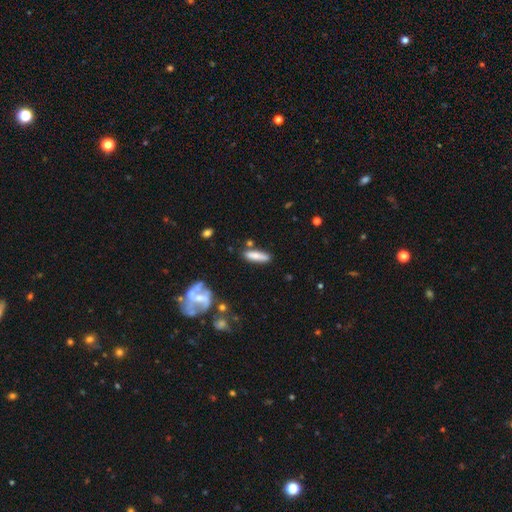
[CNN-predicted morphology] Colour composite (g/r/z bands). It shows a smooth galaxy with no disk features (73%) that is cigar-shaped (69%). Merging: none (78%).